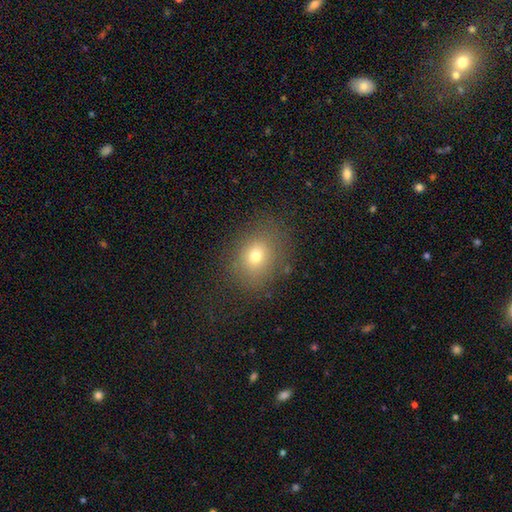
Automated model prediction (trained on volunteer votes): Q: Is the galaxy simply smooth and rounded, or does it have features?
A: smooth — 72%.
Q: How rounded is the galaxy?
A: round — 52%.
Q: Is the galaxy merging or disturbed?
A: none — 80%.